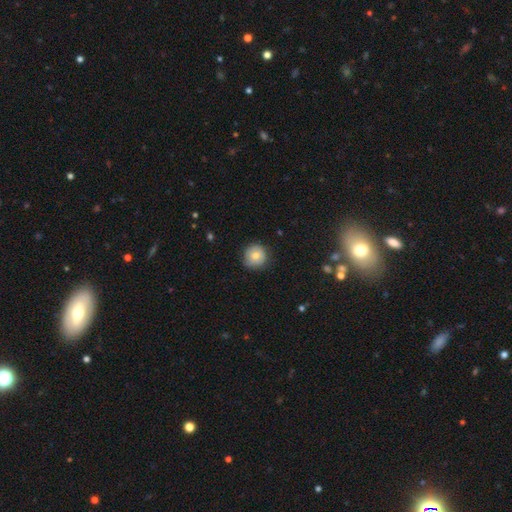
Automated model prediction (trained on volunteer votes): smooth-or-featured: smooth: 75% | featured or disk: 16% | star or artifact: 9%
  how-rounded: round: 94% | in between: 5% | cigar-shaped: 1%
  merging: none: 82% | minor disturbance: 14% | major disturbance: 3% | merger: 1%